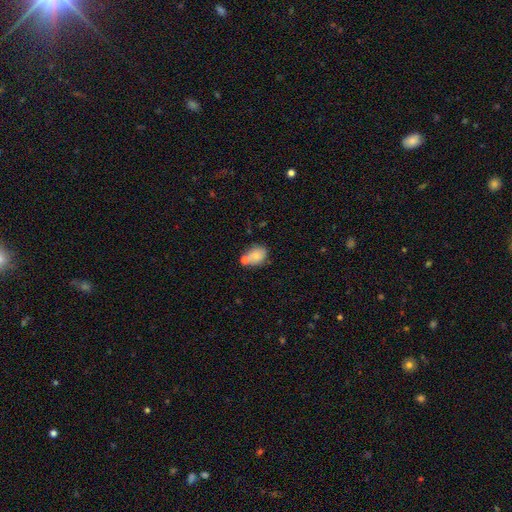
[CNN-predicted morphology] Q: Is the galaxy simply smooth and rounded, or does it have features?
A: smooth — 77%.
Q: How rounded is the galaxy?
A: in between — 63%.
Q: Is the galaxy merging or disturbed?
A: none — 51%.